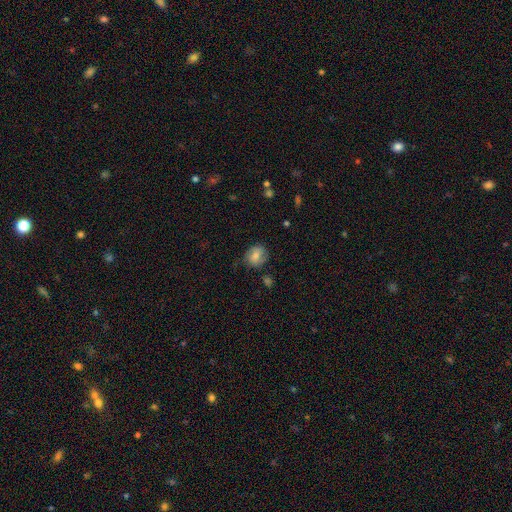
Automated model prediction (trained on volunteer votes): Morphology: type=smooth (67%); roundness=round (61%); merging=none (70%).